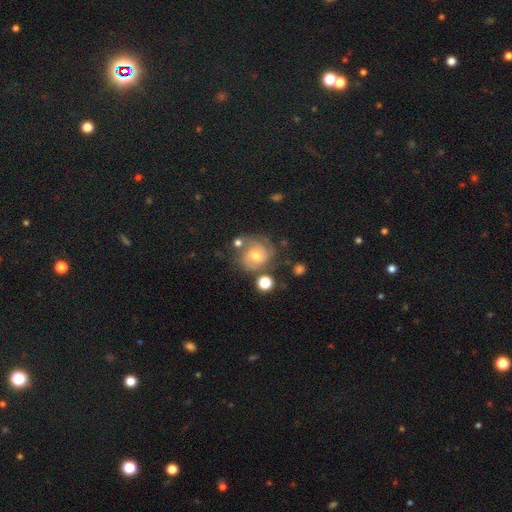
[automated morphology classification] This appears to be a featured or disk galaxy (71%) with no bar (49%), 2 (49%) tight (52%) spiral arms (92%) and a moderate central bulge (68%). Merging: none (60%).